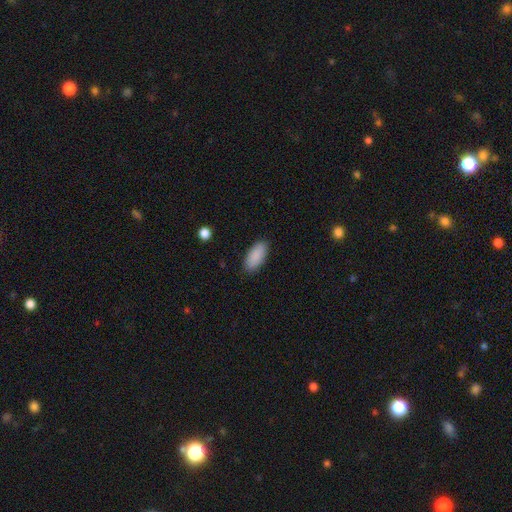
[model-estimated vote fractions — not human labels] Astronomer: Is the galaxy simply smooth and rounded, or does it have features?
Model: smooth — 90%.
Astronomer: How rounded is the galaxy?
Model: in between — 89%.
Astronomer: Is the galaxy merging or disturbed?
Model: none — 88%.